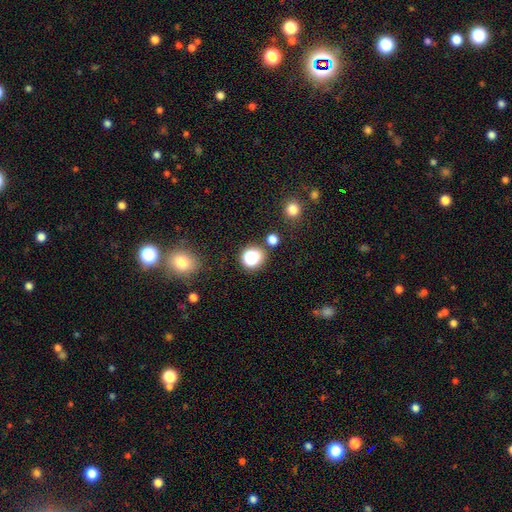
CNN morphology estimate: smooth_or_featured: smooth (p=0.63) [alt: star or artifact p=0.31]
how_rounded: round (p=0.86) [alt: in between p=0.13]
merging: none (p=0.77) [alt: merger p=0.09]